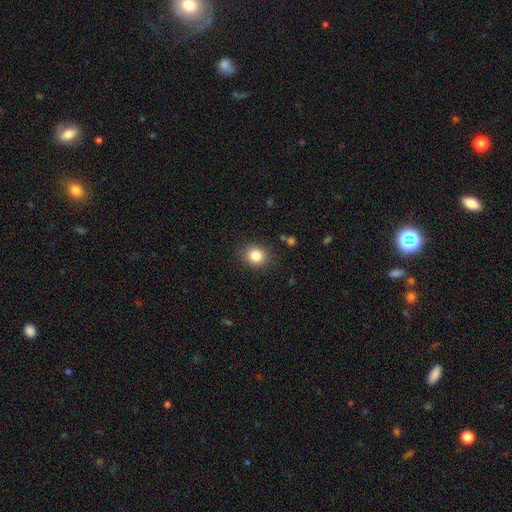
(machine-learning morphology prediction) This is clearly a smooth galaxy (84%). How rounded: likely round (79%). Merging: clearly none (87%).